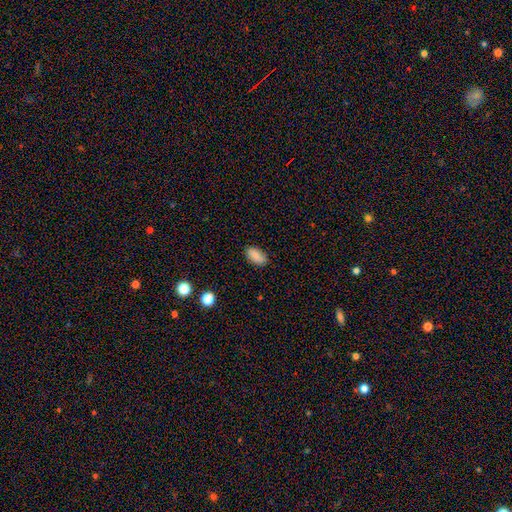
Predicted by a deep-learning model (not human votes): The model was most divided on "merging": none: 82%, minor disturbance: 14%, major disturbance: 3%, merger: 1%. More confident: how rounded — in between (91%); smooth or featured — smooth (87%).